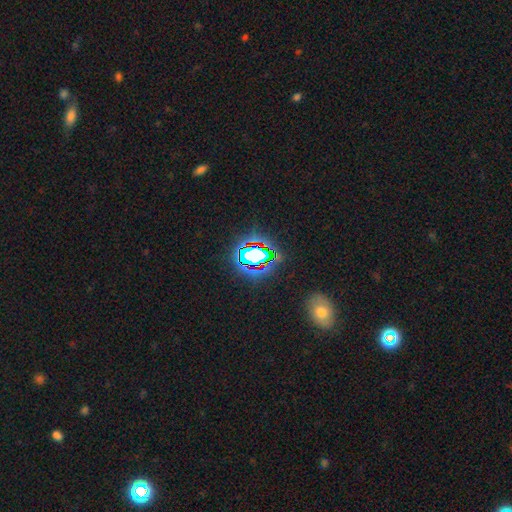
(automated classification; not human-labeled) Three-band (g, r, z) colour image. It shows a star or artifact, not a galaxy (65%).